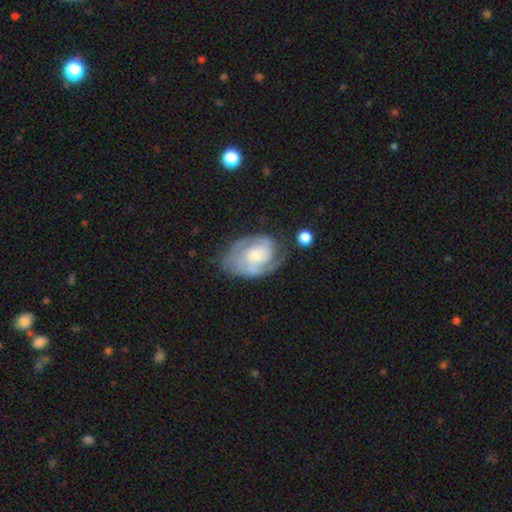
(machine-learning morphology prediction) Q: Smooth or featured?
A: featured or disk (77%); runner-up: smooth (18%)
Q: Edge-on disk?
A: no (97%); runner-up: yes (3%)
Q: Bar?
A: no (70%); runner-up: weak (26%)
Q: Spiral arms?
A: yes (90%); runner-up: no (10%)
Q: Spiral winding?
A: tight (53%); runner-up: medium (35%)
Q: Spiral arm count?
A: 2 (43%); runner-up: can't tell (26%)
Q: Bulge size?
A: moderate (46%); runner-up: small (42%)
Q: Merging?
A: none (56%); runner-up: minor disturbance (25%)